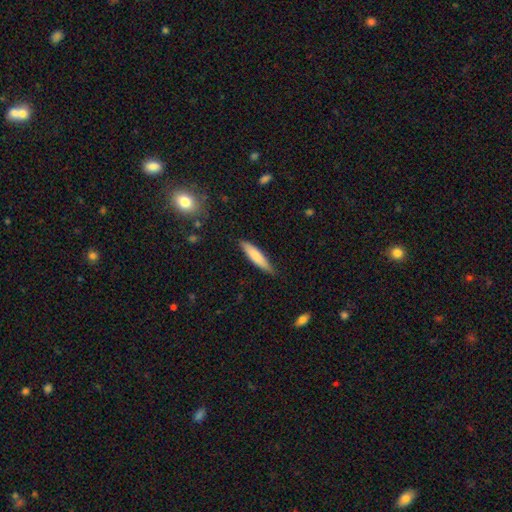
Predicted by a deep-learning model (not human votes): smooth 79%, featured or disk 16%, star or artifact 5%. Down the decision tree: how rounded — cigar-shaped (79%); merging — none (81%).